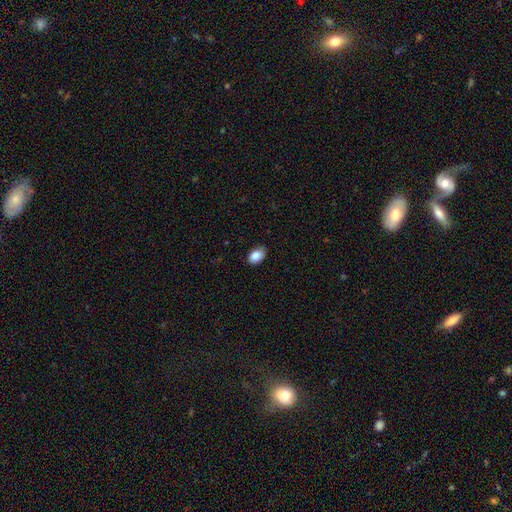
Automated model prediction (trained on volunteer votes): Smooth or featured? smooth (88%)
How rounded? in between (88%)
Merging? none (82%)